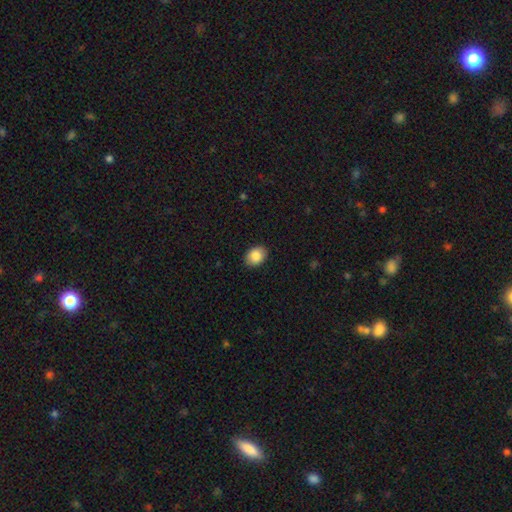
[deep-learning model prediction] This appears to be a smooth galaxy with no disk features (87%) that is in between round and cigar-shaped (69%). Merging: none (89%).